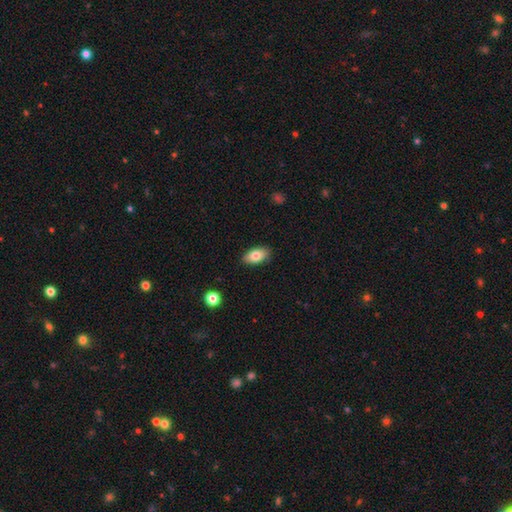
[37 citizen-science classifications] smooth-or-featured: smooth: 78% | featured or disk: 19% | star or artifact: 3%
  how-rounded: in between: 90% | round: 7% | cigar-shaped: 3%
  merging: none: 78% | minor disturbance: 19% | major disturbance: 3% | merger: 0%